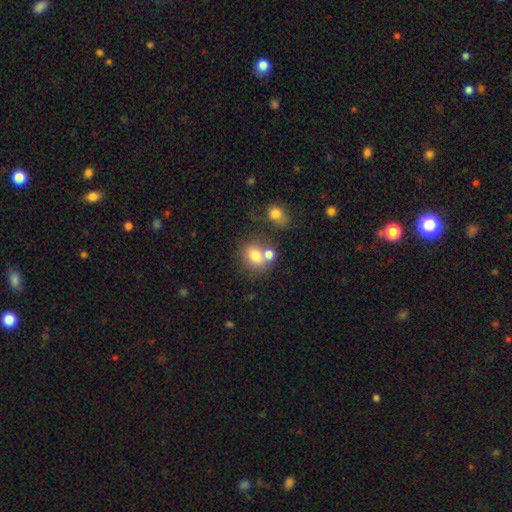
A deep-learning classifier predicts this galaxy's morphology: A smooth galaxy with no disk features (76%) that is round (54%). Merging: none (46%).